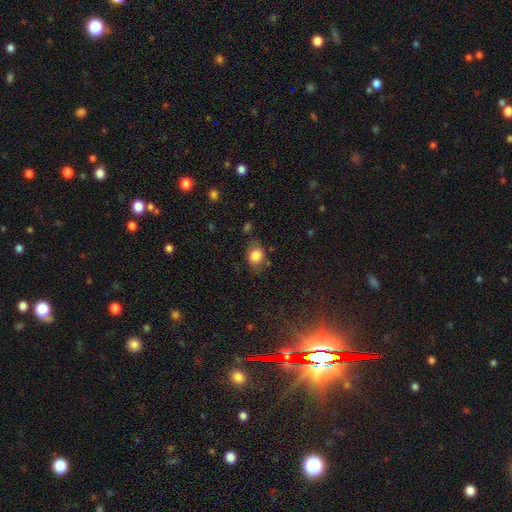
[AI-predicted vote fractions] Q: Smooth or featured?
A: smooth (83%); runner-up: star or artifact (9%)
Q: How rounded?
A: in between (57%); runner-up: round (42%)
Q: Merging?
A: none (70%); runner-up: minor disturbance (21%)